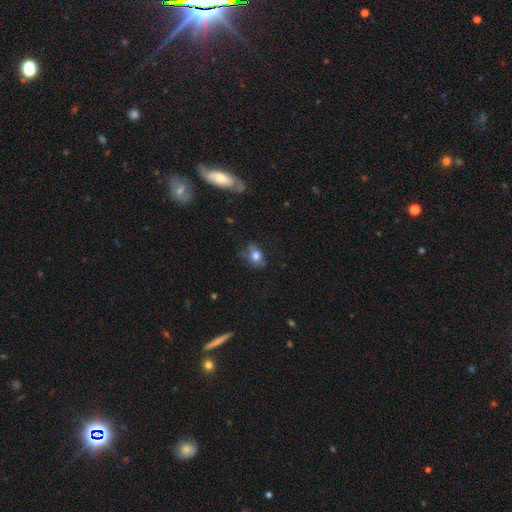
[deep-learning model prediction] Smooth or featured: smooth — 75% (featured or disk — 15%)
How rounded: in between — 67% (round — 31%)
Merging: none — 58% (minor disturbance — 28%)